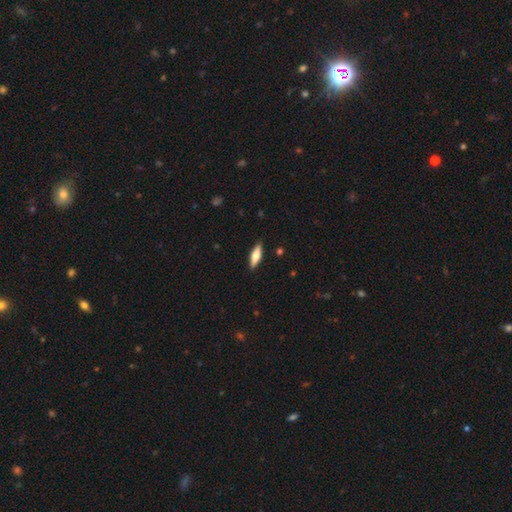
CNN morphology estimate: Smooth or featured?
  - smooth: 58% *
  - featured or disk: 36%
  - star or artifact: 6%
How rounded?
  - cigar-shaped: 50% *
  - in between: 48%
  - round: 2%
Merging?
  - none: 89% *
  - minor disturbance: 8%
  - major disturbance: 2%
  - merger: 1%